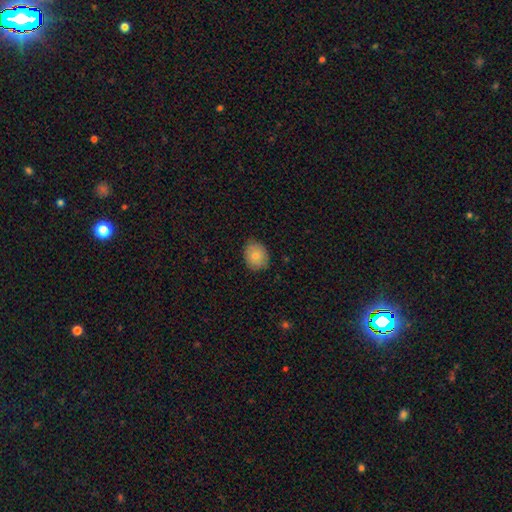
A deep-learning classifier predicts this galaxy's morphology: Q: Smooth or featured?
A: smooth (80%); runner-up: featured or disk (12%)
Q: How rounded?
A: round (57%); runner-up: in between (42%)
Q: Merging?
A: none (82%); runner-up: minor disturbance (14%)